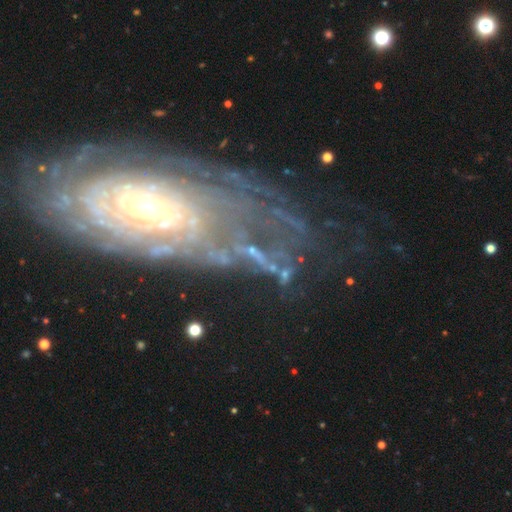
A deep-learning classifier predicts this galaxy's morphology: Smooth or featured? Predicted: featured or disk (p=0.83). Edge-on disk? Predicted: no (p=0.93). Bar? Predicted: no (p=0.66). Spiral arms? Predicted: yes (p=0.90). Spiral winding? Predicted: tight (p=0.77). Spiral arm count? Predicted: can't tell (p=0.50). Bulge size? Predicted: small (p=0.59). Merging? Predicted: none (p=0.63).